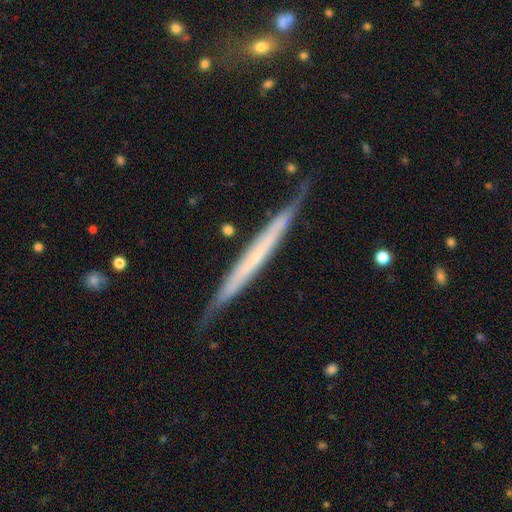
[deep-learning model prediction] This is likely a featured or disk galaxy (62%). It is clearly viewed edge-on (95%). Edge-on bulge: clearly none (84%). Merging: clearly none (81%).